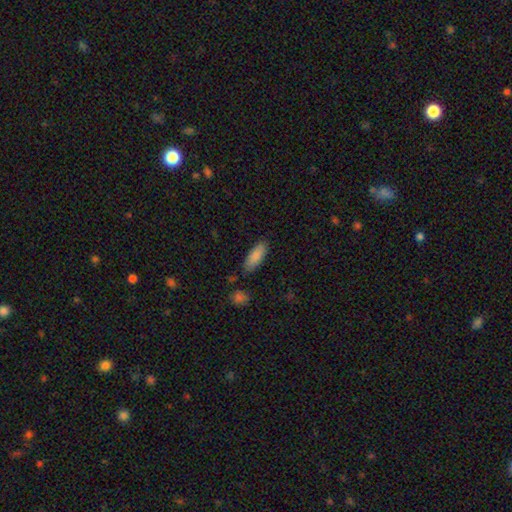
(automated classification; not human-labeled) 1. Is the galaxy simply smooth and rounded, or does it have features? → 87% smooth, 6% star or artifact, 6% featured or disk.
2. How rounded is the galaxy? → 75% in between, 23% cigar-shaped, 2% round.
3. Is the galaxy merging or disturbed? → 80% none, 13% minor disturbance, 3% merger, 3% major disturbance.